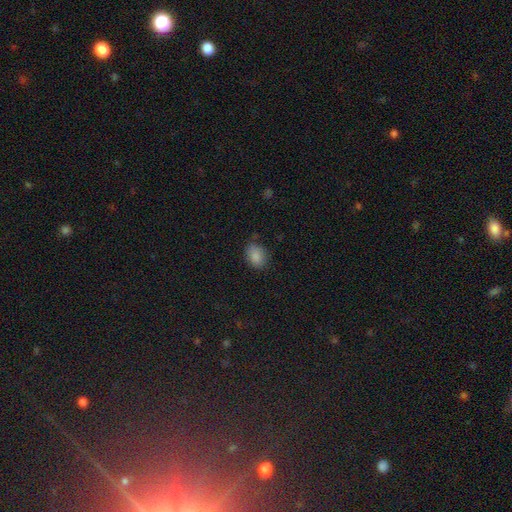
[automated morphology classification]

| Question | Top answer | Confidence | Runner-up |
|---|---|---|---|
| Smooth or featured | smooth | 86% | star or artifact (9%) |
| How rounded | in between | 70% | round (29%) |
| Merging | none | 76% | minor disturbance (19%) |